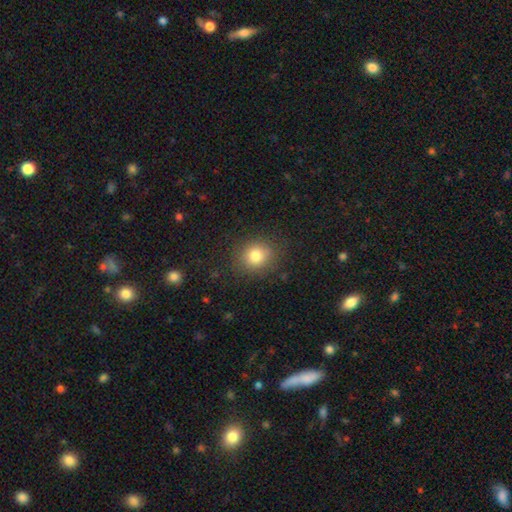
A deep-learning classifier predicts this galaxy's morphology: The model was most divided on "how rounded": round: 77%, in between: 22%, cigar-shaped: 1%. More confident: merging — none (85%); smooth or featured — smooth (81%).